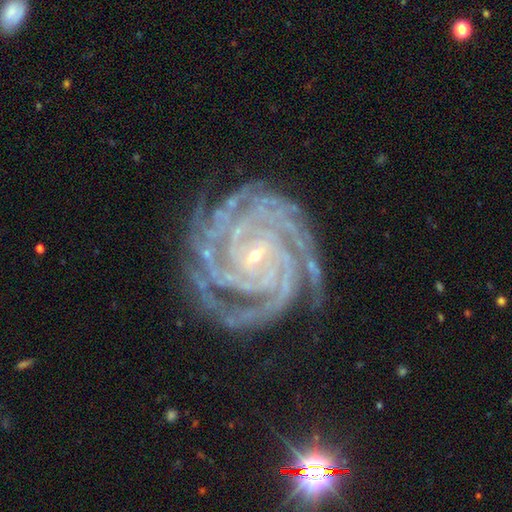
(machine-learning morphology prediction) Smooth or featured? featured or disk (92%)
Edge-on disk? no (98%)
Bar? no (51%)
Spiral arms? yes (99%)
Spiral winding? tight (85%)
Spiral arm count? 4 (32%)
Bulge size? small (86%)
Merging? none (78%)